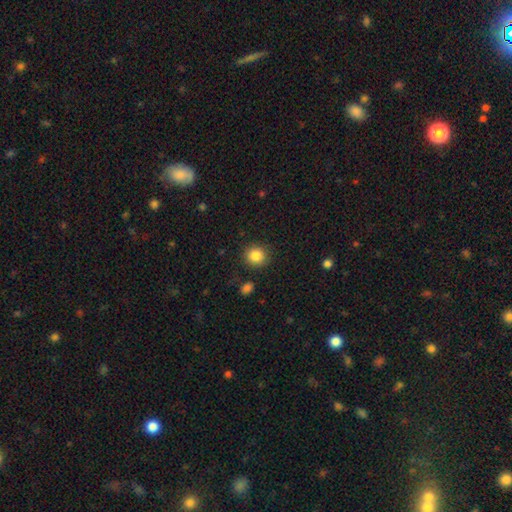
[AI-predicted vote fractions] Morphology: type=smooth (86%); roundness=round (87%); merging=none (87%).